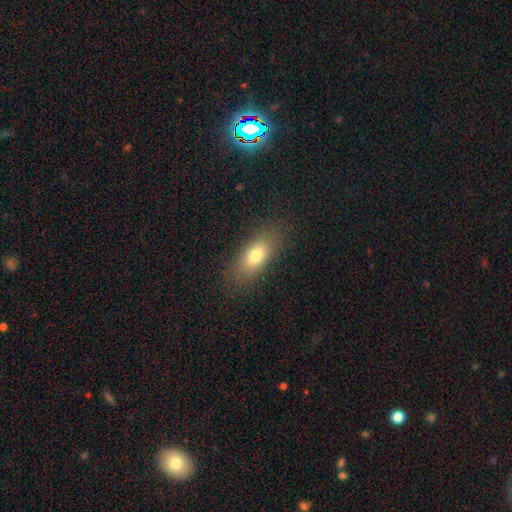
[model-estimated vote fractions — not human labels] Q: Smooth or featured?
A: smooth (75%); runner-up: featured or disk (16%)
Q: How rounded?
A: in between (80%); runner-up: cigar-shaped (14%)
Q: Merging?
A: none (83%); runner-up: minor disturbance (11%)